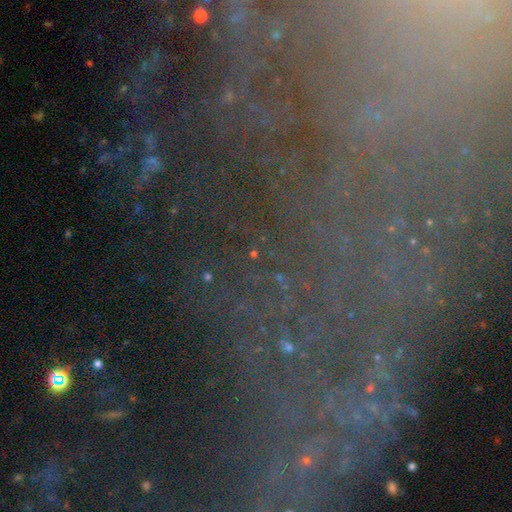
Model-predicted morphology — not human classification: This is likely a star or artifact rather than a galaxy (69%).